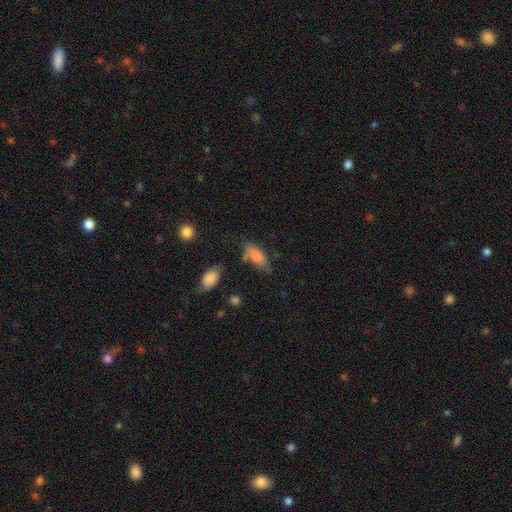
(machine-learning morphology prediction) The model was most divided on "merging": none: 57%, minor disturbance: 26%, major disturbance: 8%, merger: 8%. More confident: how rounded — in between (83%); smooth or featured — smooth (80%).